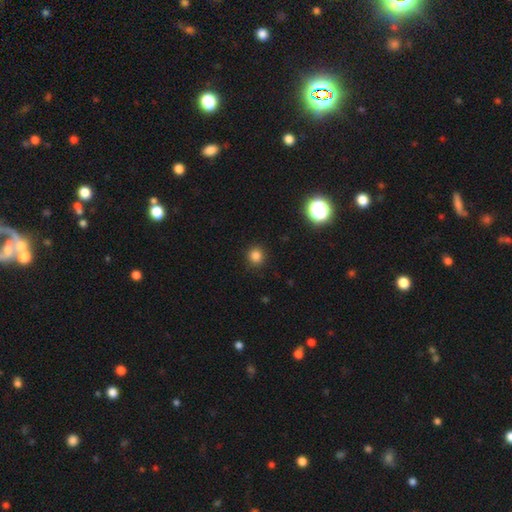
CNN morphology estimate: Q: Smooth or featured?
A: smooth (82%); runner-up: star or artifact (14%)
Q: How rounded?
A: round (91%); runner-up: in between (8%)
Q: Merging?
A: none (91%); runner-up: minor disturbance (6%)